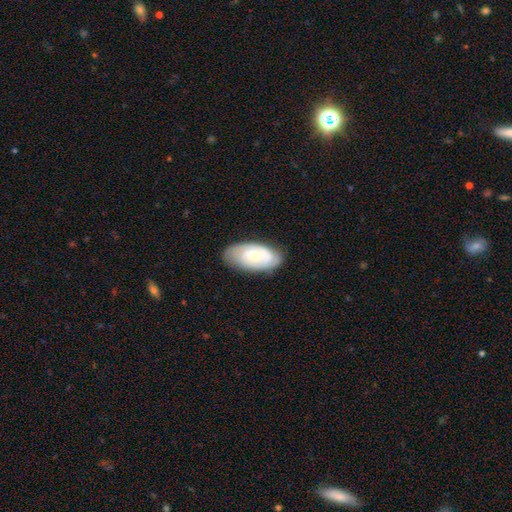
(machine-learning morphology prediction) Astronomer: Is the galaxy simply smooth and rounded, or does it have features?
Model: featured or disk — 55% (runner-up: smooth, 39%).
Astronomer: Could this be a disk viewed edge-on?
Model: no — 93%.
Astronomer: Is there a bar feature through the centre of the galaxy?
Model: no — 72%.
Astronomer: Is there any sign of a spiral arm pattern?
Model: yes — 80%.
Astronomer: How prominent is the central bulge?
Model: small — 60%.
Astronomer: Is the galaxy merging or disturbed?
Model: none — 75%.